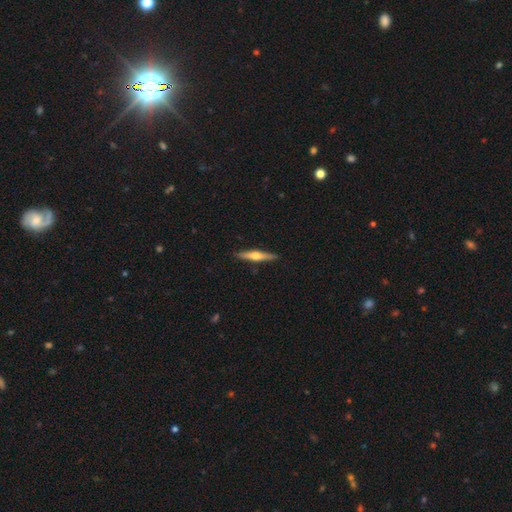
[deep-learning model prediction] smooth-or-featured: featured or disk: 58% | smooth: 37% | star or artifact: 5%
  disk-edge-on: yes: 97% | no: 3%
    edge-on-bulge: rounded: 90% | none: 5% | boxy: 5%
  merging: none: 91% | minor disturbance: 7% | major disturbance: 1% | merger: 1%